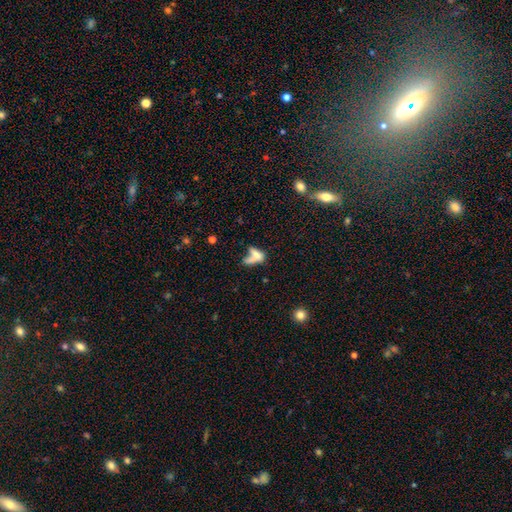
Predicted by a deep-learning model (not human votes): This is likely a smooth galaxy (61%). How rounded: likely in between (65%). Merging: marginally merger (39%).